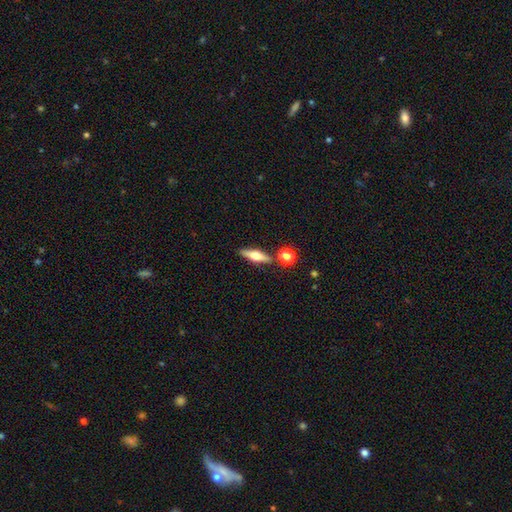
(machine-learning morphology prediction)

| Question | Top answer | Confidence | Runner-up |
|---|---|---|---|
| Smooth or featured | featured or disk | 56% | smooth (37%) |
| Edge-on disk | yes | 94% | no (6%) |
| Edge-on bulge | rounded | 93% | boxy (5%) |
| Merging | none | 82% | minor disturbance (8%) |